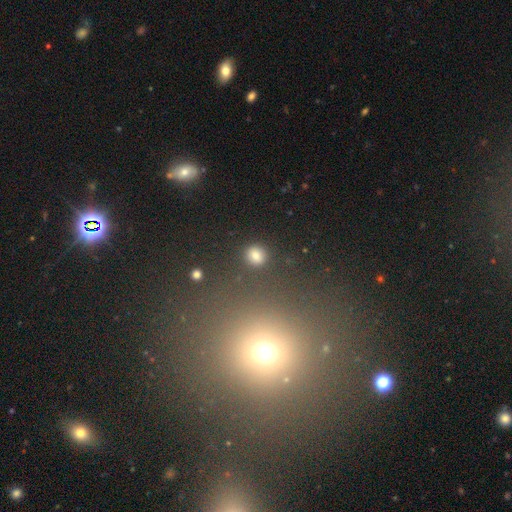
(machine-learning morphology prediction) smooth_or_featured: smooth (p=0.80) [alt: star or artifact p=0.15]
how_rounded: round (p=0.77) [alt: in between p=0.21]
merging: none (p=0.86) [alt: minor disturbance p=0.08]